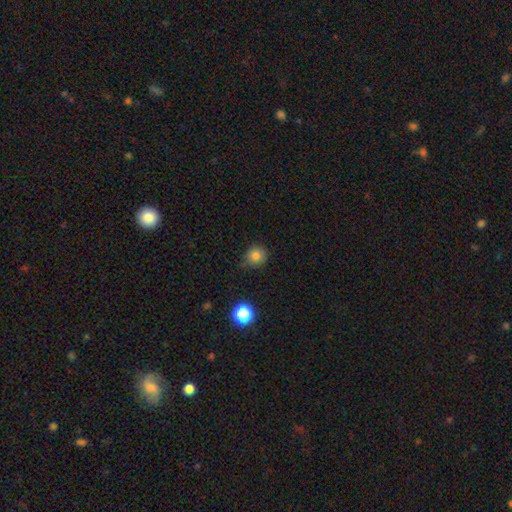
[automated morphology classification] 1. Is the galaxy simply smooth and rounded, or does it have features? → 80% smooth, 13% star or artifact, 7% featured or disk.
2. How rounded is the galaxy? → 92% round, 7% in between, 1% cigar-shaped.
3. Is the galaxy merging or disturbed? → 80% none, 14% minor disturbance, 3% major disturbance, 3% merger.